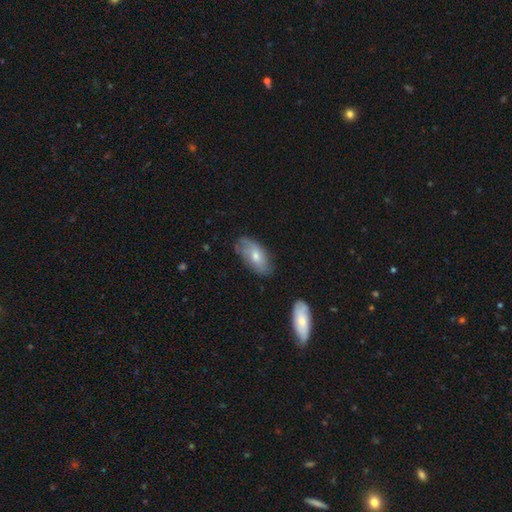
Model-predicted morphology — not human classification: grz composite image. It shows a smooth galaxy with no disk features (52%) that is in between round and cigar-shaped (90%). Merging: none (67%).